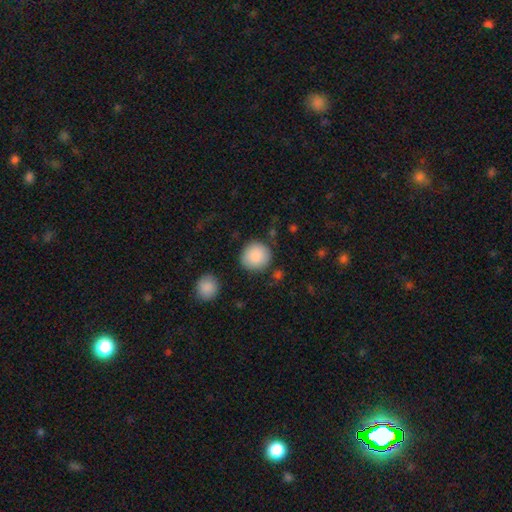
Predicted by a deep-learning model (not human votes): Morphology: type=smooth (88%); roundness=round (92%); merging=none (84%).